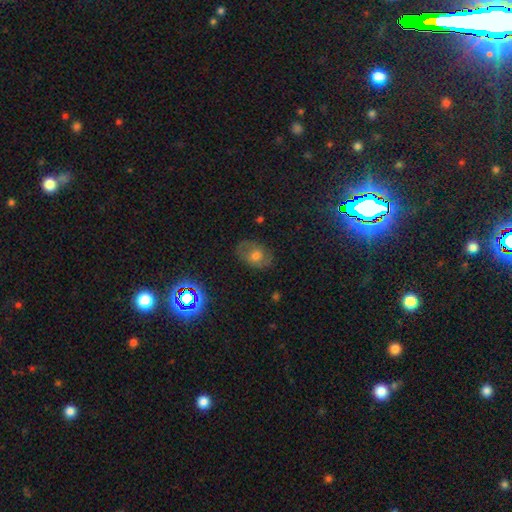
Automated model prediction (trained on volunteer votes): Smooth or featured? Predicted: smooth (p=0.43). Merging? Predicted: none (p=0.74).